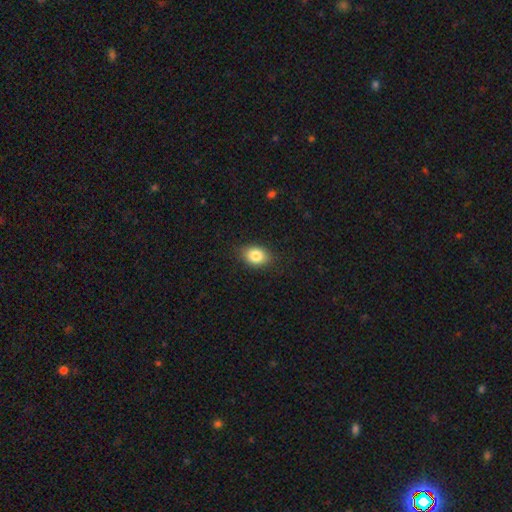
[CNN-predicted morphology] smooth 84%, star or artifact 9%, featured or disk 8%. Down the decision tree: how rounded — in between (68%); merging — none (86%).